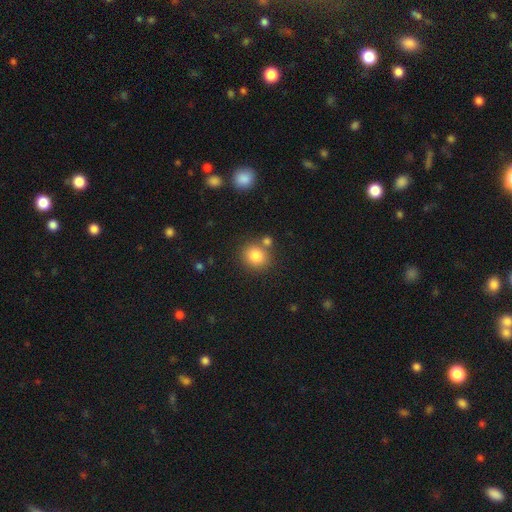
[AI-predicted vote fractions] smooth 83%, star or artifact 10%, featured or disk 7%. Down the decision tree: how rounded — round (81%); merging — none (72%).